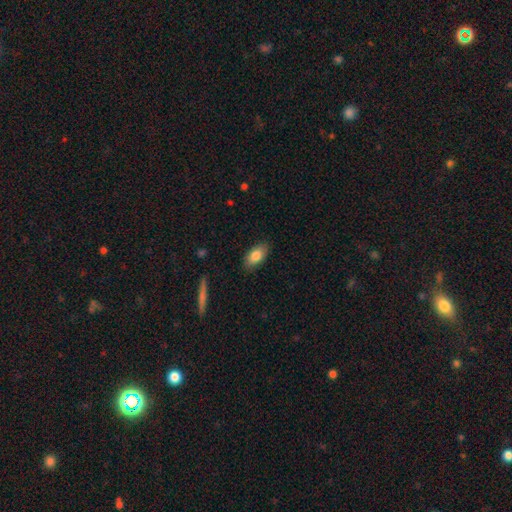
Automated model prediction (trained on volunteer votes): Smooth or featured? Predicted: smooth (p=0.83). How rounded? Predicted: in between (p=0.91). Merging? Predicted: none (p=0.86).